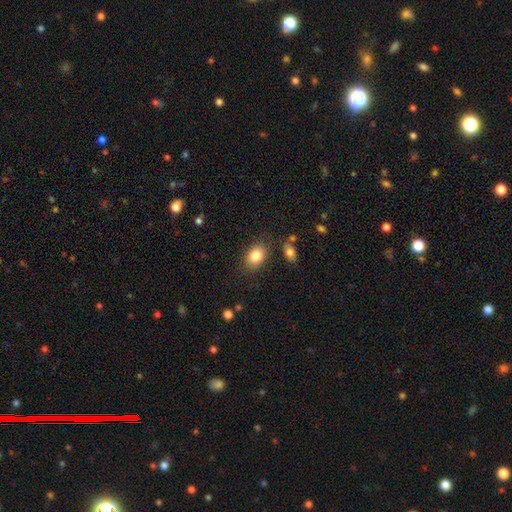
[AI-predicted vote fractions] smooth_or_featured: smooth (p=0.84) [alt: star or artifact p=0.08]
how_rounded: in between (p=0.78) [alt: round p=0.21]
merging: none (p=0.81) [alt: minor disturbance p=0.12]